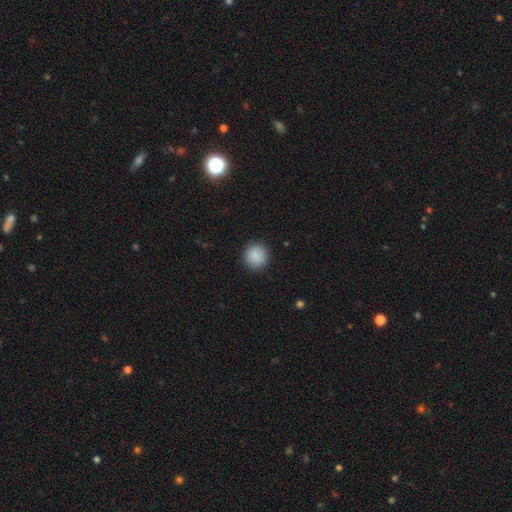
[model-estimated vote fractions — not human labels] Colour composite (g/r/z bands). It shows a smooth galaxy with no disk features (89%) that is round (94%). Merging: none (91%).